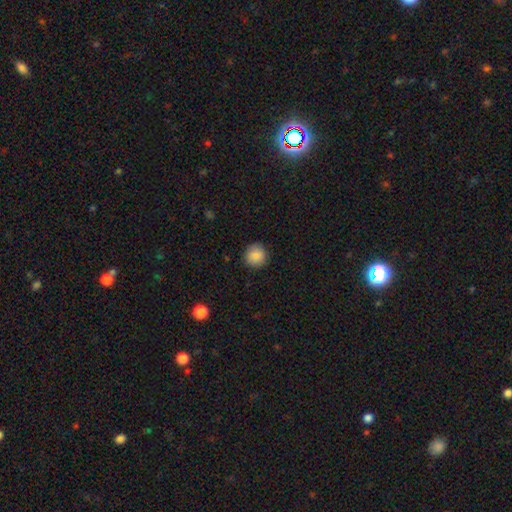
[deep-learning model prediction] smooth 87%, star or artifact 8%, featured or disk 5%. Down the decision tree: how rounded — round (92%); merging — none (89%).